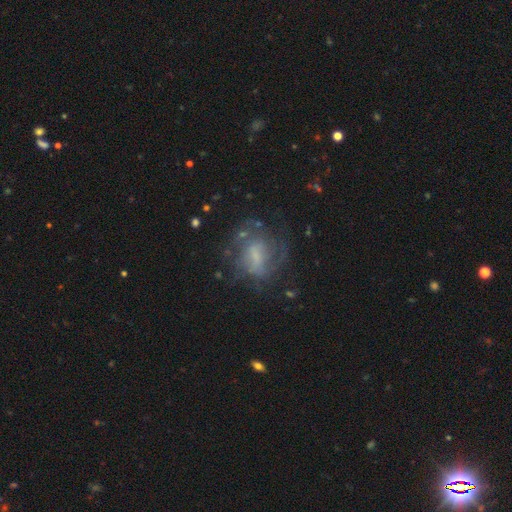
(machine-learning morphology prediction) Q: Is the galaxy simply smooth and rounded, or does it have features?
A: featured or disk — 61%.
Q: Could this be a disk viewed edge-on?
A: no — 96%.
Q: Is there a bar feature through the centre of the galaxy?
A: weak — 46%.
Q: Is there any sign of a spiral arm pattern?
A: yes — 69%.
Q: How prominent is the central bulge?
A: small — 31%.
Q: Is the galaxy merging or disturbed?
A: none — 57%.